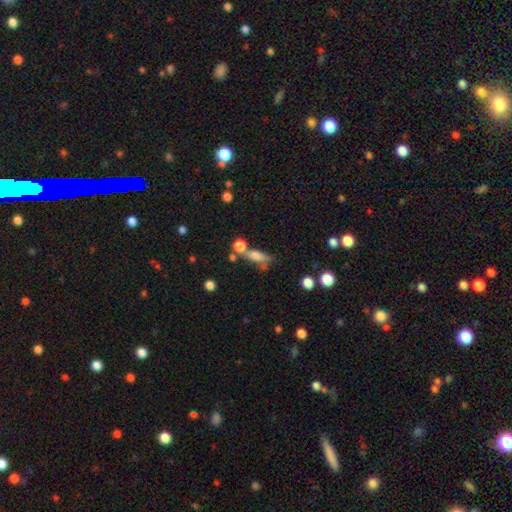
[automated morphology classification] smooth 70%, featured or disk 19%, star or artifact 12%. Down the decision tree: how rounded — in between (51%); merging — none (42%).